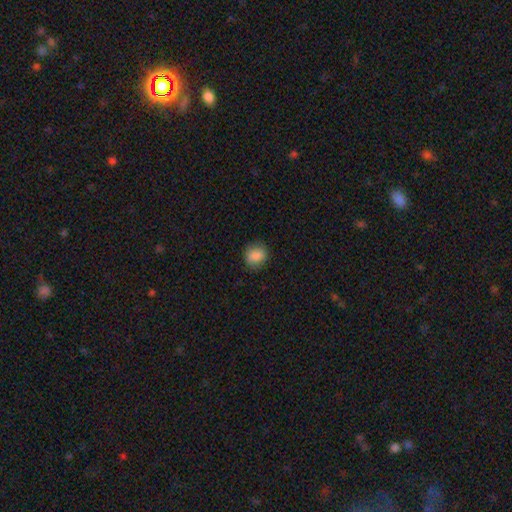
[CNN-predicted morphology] A smooth galaxy with no disk features (87%) that is round (71%). Merging: none (85%).